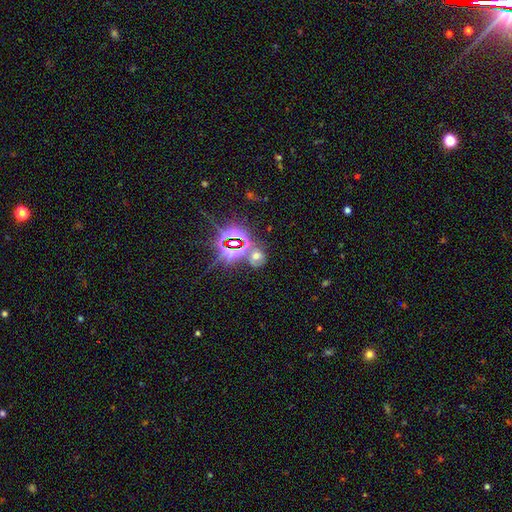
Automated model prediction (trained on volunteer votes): Smooth or featured?
  - star or artifact: 52% *
  - smooth: 32%
  - featured or disk: 16%